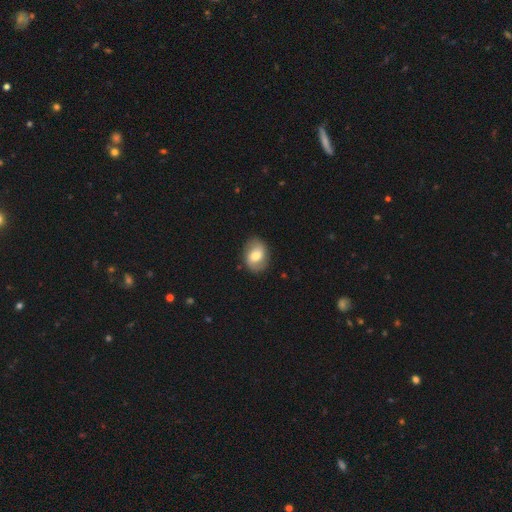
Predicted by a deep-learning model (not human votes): Morphology: type=smooth (52%); roundness=in between (64%); merging=none (82%).